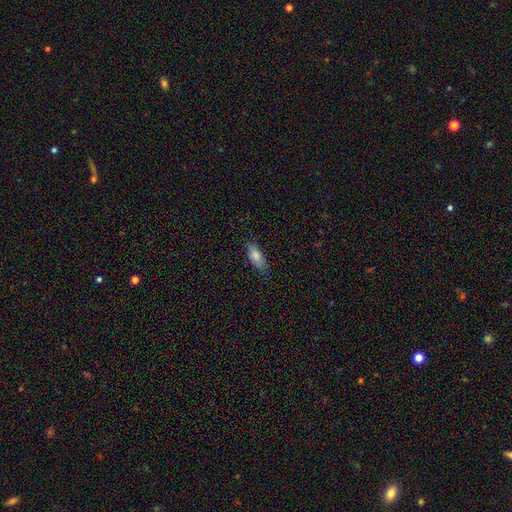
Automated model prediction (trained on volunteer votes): Q: Smooth or featured?
A: smooth (82%); runner-up: featured or disk (11%)
Q: How rounded?
A: in between (79%); runner-up: cigar-shaped (19%)
Q: Merging?
A: none (80%); runner-up: minor disturbance (16%)